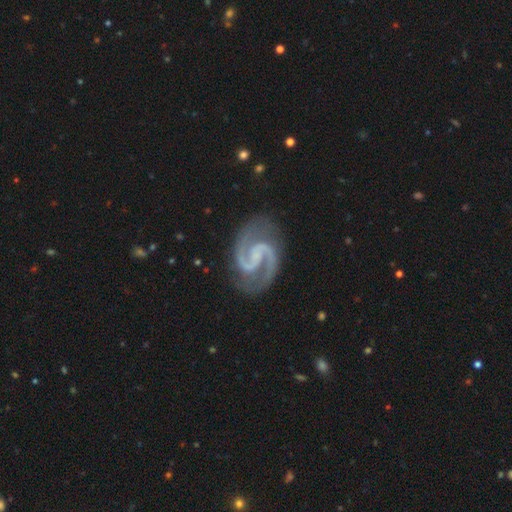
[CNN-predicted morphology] A featured or disk galaxy (94%) with a weak bar (45%), 2 (95%) medium (67%) spiral arms (99%) and no central bulge (50%).

Vote fractions:
- Smooth or featured? featured or disk: 94% / star or artifact: 3% / smooth: 2%
- Edge-on disk? no: 99% / yes: 1%
- Bar? weak: 45% / no: 34% / strong: 21%
- Spiral arms? yes: 99% / no: 1%
- Spiral winding? medium: 67% / tight: 19% / loose: 13%
- Spiral arm count? 2: 95% / can't tell: 1% / 3: 1% / 1: 1% / 4: 1% / more than 4: 1%
- Bulge size? none: 50% / small: 41% / moderate: 7% / large: 1% / dominant: 1%
- Merging? none: 83% / minor disturbance: 11% / major disturbance: 4% / merger: 2%